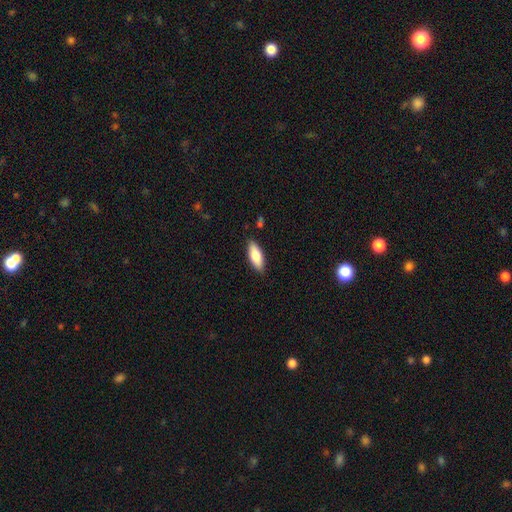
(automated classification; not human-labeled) The model was most divided on "how rounded": in between: 70%, cigar-shaped: 28%, round: 2%. More confident: merging — none (87%); smooth or featured — smooth (78%).